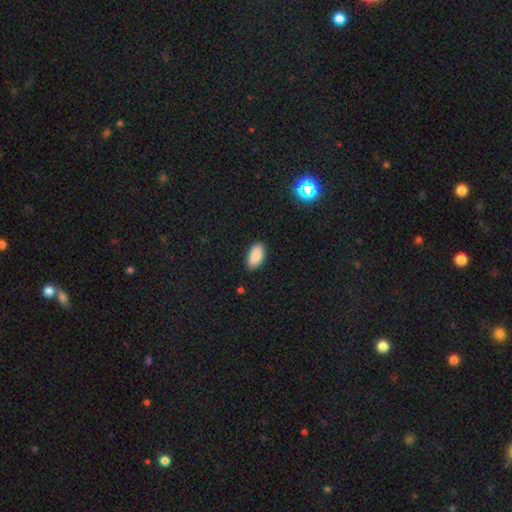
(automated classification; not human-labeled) smooth 88%, star or artifact 8%, featured or disk 5%. Down the decision tree: how rounded — in between (94%); merging — none (85%).